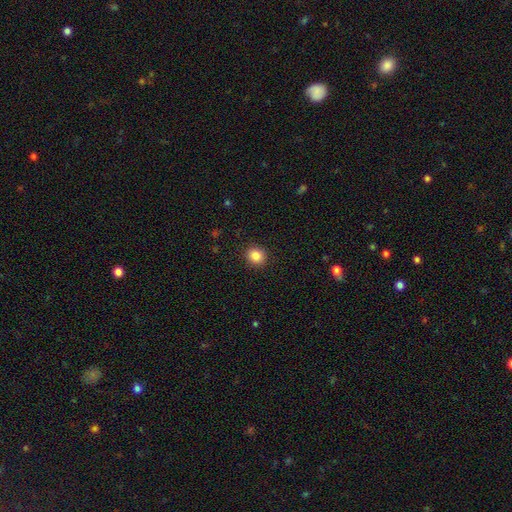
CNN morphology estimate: Smooth or featured? smooth (85%)
How rounded? round (85%)
Merging? none (91%)